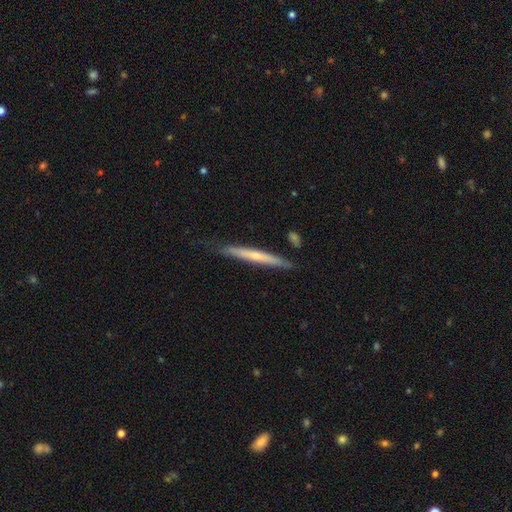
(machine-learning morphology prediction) A featured or disk galaxy (51%) viewed edge-on (95%). Merging: none (78%).